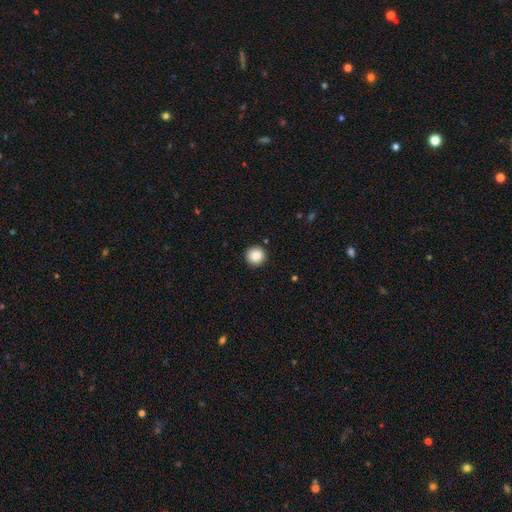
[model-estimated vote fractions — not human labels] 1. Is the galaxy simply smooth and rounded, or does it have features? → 88% smooth, 9% star or artifact, 3% featured or disk.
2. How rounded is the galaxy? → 95% round, 4% in between, 1% cigar-shaped.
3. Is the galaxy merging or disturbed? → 91% none, 6% minor disturbance, 2% major disturbance, 1% merger.